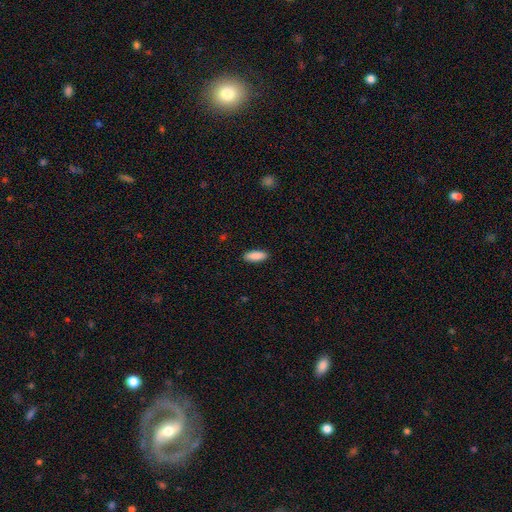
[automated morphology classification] This appears to be a smooth galaxy with no disk features (90%) that is in between round and cigar-shaped (71%). Merging: none (90%).